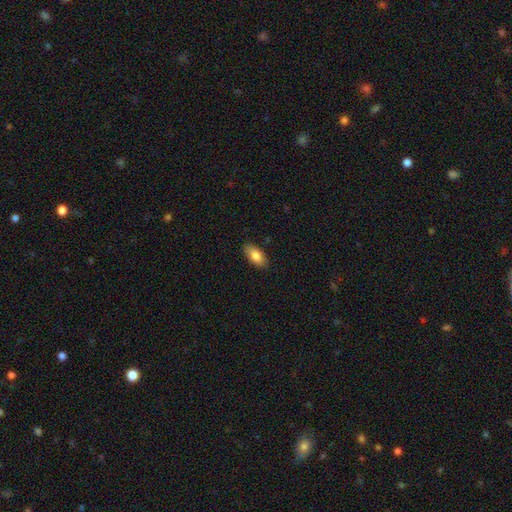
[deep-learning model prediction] Smooth or featured?
  - smooth: 83% *
  - featured or disk: 11%
  - star or artifact: 6%
How rounded?
  - in between: 90% *
  - cigar-shaped: 7%
  - round: 3%
Merging?
  - none: 88% *
  - minor disturbance: 9%
  - major disturbance: 2%
  - merger: 1%